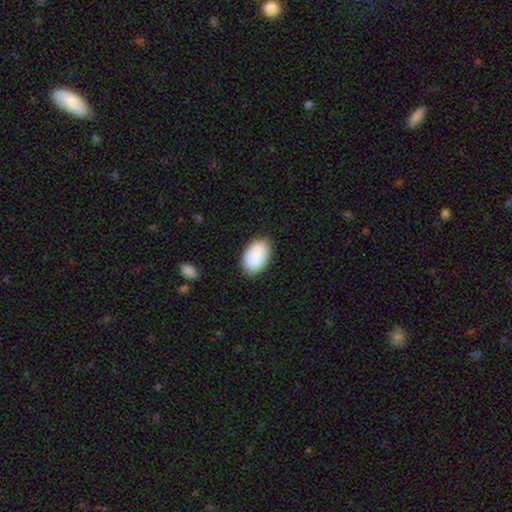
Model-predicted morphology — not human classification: This appears to be a smooth galaxy with no disk features (85%) that is in between round and cigar-shaped (92%). Merging: none (83%).